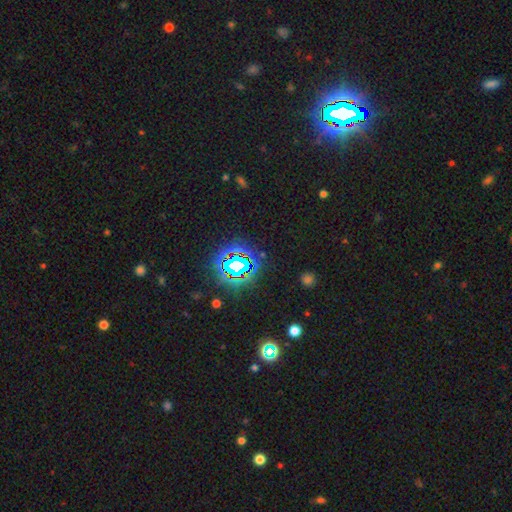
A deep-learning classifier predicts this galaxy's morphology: The model was most divided on "smooth or featured": star or artifact: 83%, smooth: 10%, featured or disk: 7%.